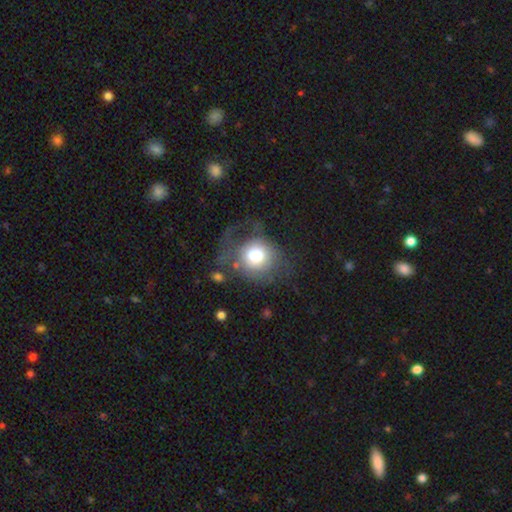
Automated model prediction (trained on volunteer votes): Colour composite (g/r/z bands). It shows a smooth galaxy with no disk features (63%) that is round (81%). Merging: none (40%).